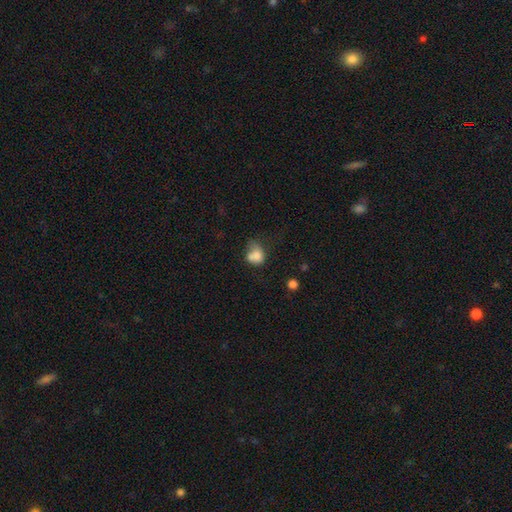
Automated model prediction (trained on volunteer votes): This appears to be a smooth galaxy with no disk features (74%) that is in between round and cigar-shaped (51%). Merging: merger (34%).